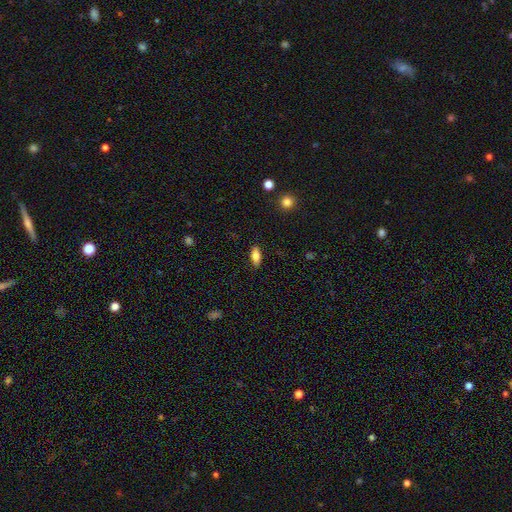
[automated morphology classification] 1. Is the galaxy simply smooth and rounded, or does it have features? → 79% smooth, 13% featured or disk, 8% star or artifact.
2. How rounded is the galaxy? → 81% in between, 16% cigar-shaped, 3% round.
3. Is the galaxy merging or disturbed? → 88% none, 9% minor disturbance, 2% major disturbance, 1% merger.